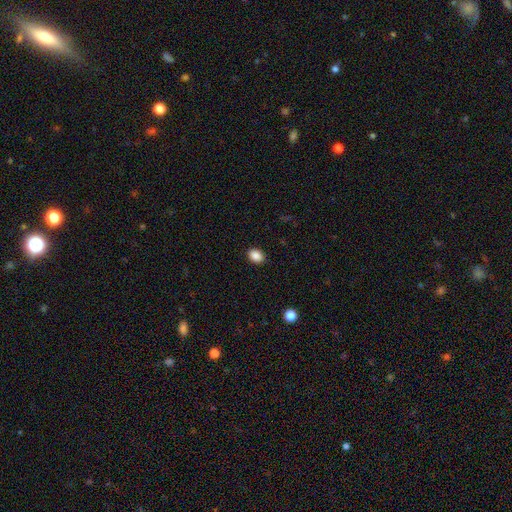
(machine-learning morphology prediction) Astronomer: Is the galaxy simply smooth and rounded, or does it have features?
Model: smooth — 88%.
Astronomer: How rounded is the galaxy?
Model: in between — 64%.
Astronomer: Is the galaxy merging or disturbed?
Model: none — 90%.